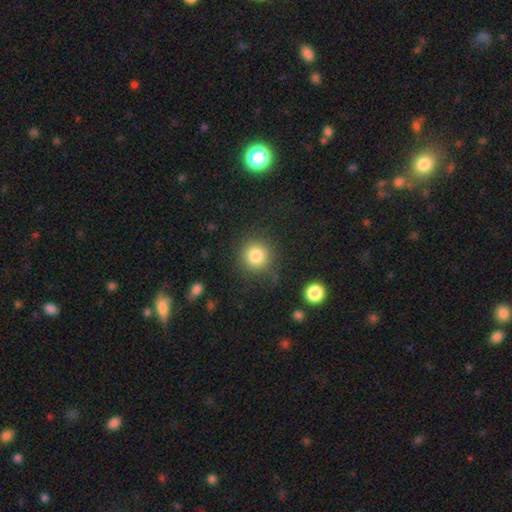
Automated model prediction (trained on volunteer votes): This is clearly a smooth galaxy (82%). How rounded: clearly round (93%). Merging: clearly none (86%).